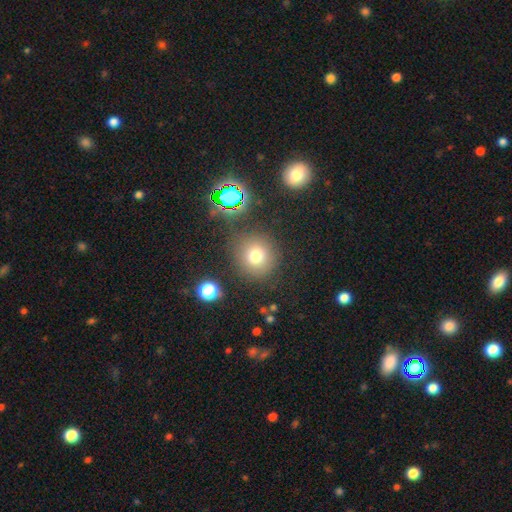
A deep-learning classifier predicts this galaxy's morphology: type=smooth (72%); roundness=round (90%); merging=none (82%).